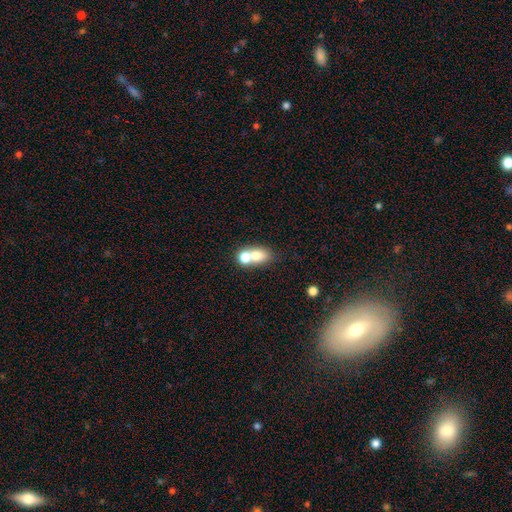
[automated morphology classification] smooth-or-featured: smooth: 71% | featured or disk: 18% | star or artifact: 10%
  how-rounded: in between: 60% | round: 37% | cigar-shaped: 2%
  merging: merger: 62% | none: 27% | minor disturbance: 7% | major disturbance: 4%